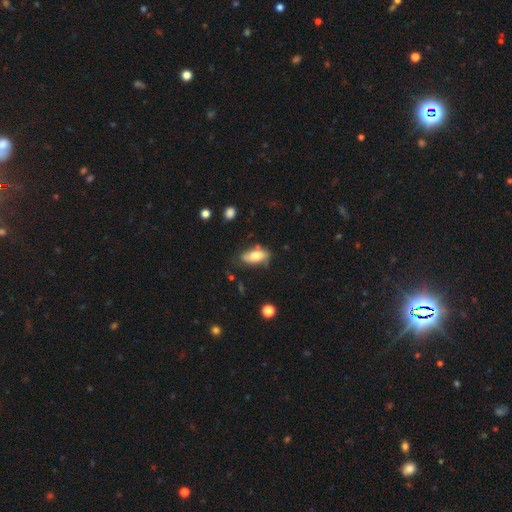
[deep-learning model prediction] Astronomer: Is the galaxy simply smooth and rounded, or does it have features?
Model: smooth — 72%.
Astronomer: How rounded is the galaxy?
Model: in between — 84%.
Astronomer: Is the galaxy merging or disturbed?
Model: none — 63%.